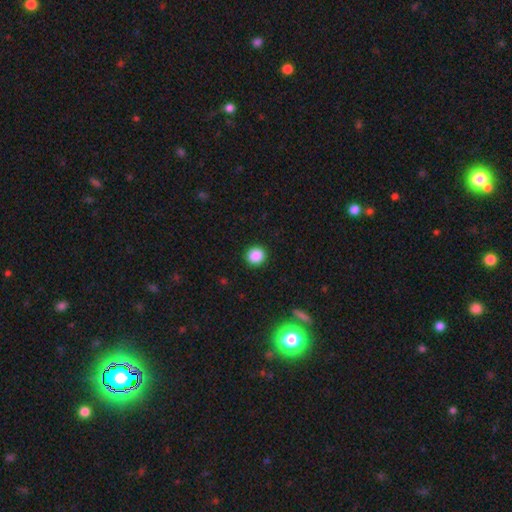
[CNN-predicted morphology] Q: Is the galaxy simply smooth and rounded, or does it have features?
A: smooth — 88%.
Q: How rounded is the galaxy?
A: round — 91%.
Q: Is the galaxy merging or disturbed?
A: none — 92%.